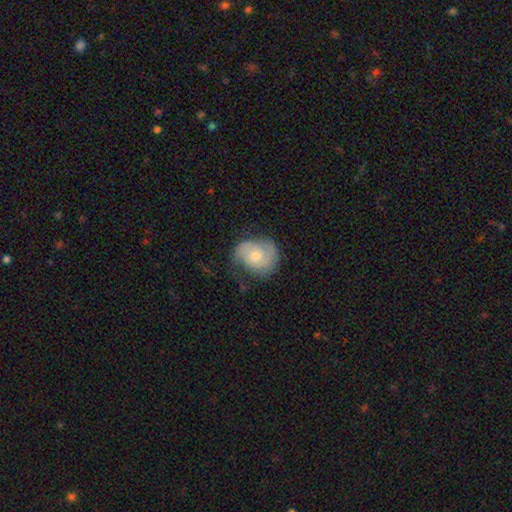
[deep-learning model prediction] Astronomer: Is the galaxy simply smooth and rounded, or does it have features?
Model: featured or disk — 50% (runner-up: smooth, 43%).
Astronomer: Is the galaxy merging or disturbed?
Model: none — 57%.